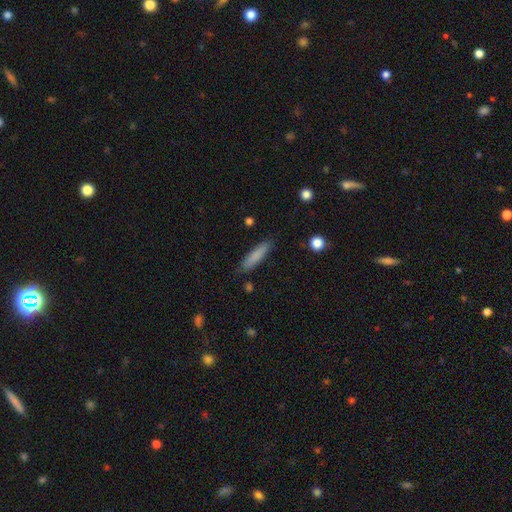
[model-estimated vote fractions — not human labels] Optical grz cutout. It shows a smooth galaxy with no disk features (83%) that is cigar-shaped (80%). Merging: none (85%).